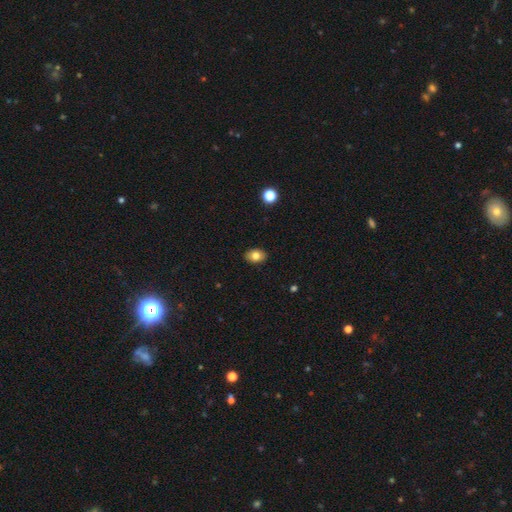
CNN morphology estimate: Q: Smooth or featured?
A: smooth (80%); runner-up: featured or disk (12%)
Q: How rounded?
A: in between (80%); runner-up: round (18%)
Q: Merging?
A: none (89%); runner-up: minor disturbance (8%)